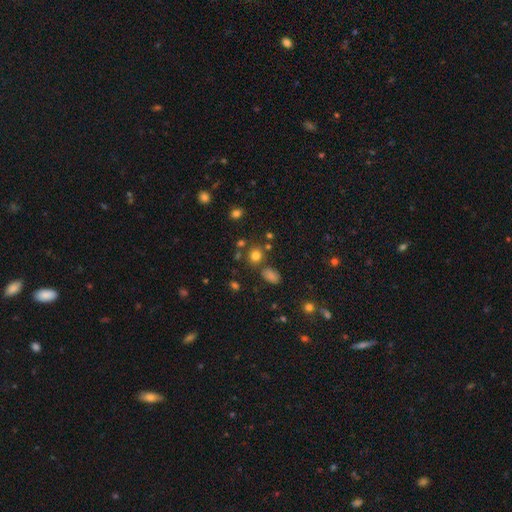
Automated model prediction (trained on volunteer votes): Morphology: type=smooth (77%); roundness=round (76%); merging=none (76%).